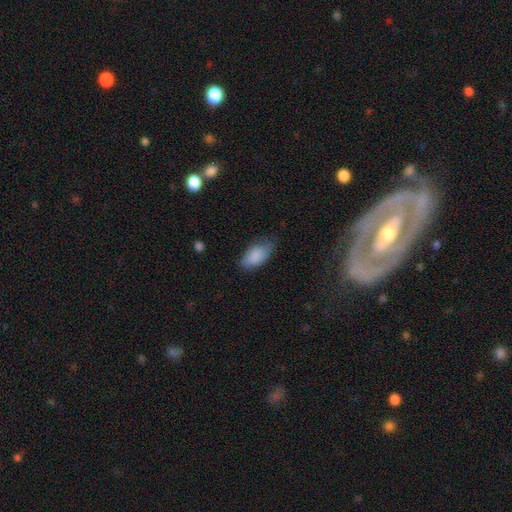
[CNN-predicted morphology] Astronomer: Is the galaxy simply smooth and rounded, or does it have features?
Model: smooth — 87%.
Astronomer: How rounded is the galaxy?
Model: in between — 93%.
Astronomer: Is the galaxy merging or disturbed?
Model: none — 65%.